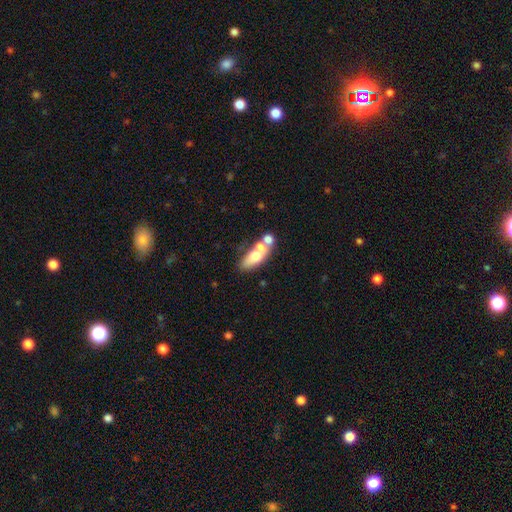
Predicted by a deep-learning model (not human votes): Morphology: type=smooth (60%); roundness=in between (74%); merging=none (42%).